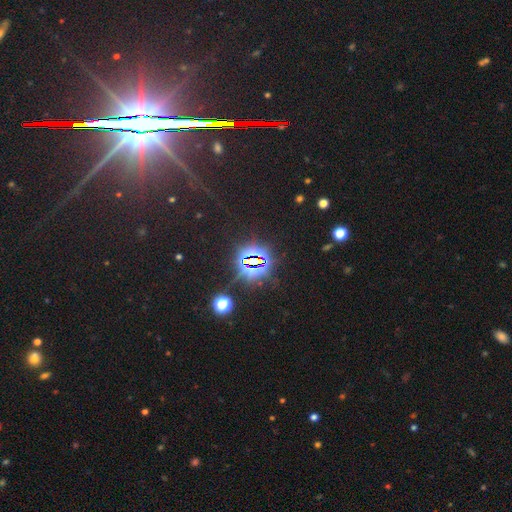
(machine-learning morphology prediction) Smooth or featured? Predicted: star or artifact (p=0.82).